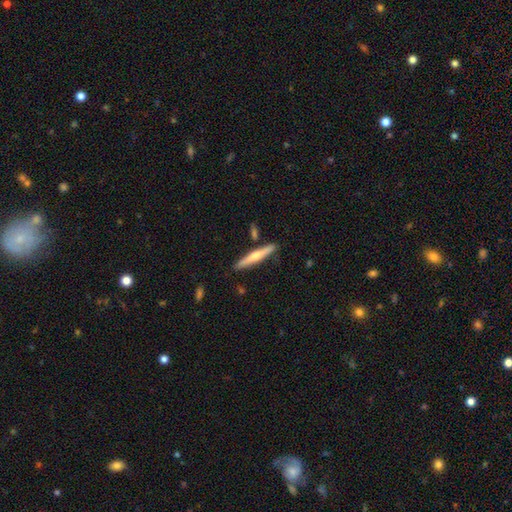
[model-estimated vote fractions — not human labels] Q: Smooth or featured?
A: smooth (48%); runner-up: featured or disk (46%)
Q: Merging?
A: none (85%); runner-up: minor disturbance (9%)